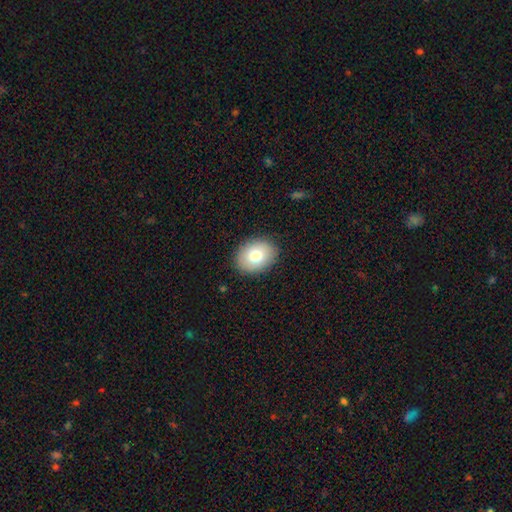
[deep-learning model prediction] This appears to be a smooth galaxy with no disk features (77%) that is in between round and cigar-shaped (62%). Merging: none (88%).